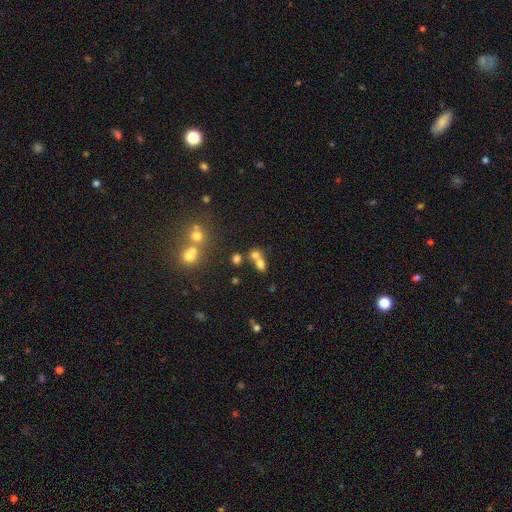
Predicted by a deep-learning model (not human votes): Smooth or featured?
  - smooth: 68% *
  - star or artifact: 18%
  - featured or disk: 15%
How rounded?
  - round: 55% *
  - in between: 43%
  - cigar-shaped: 2%
Merging?
  - merger: 50% *
  - none: 37%
  - minor disturbance: 8%
  - major disturbance: 4%